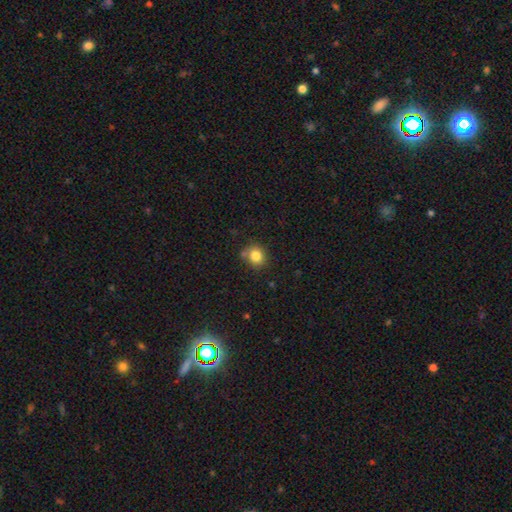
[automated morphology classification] smooth-or-featured: smooth: 82% | star or artifact: 11% | featured or disk: 7%
  how-rounded: round: 75% | in between: 24% | cigar-shaped: 1%
  merging: none: 74% | minor disturbance: 14% | merger: 8% | major disturbance: 4%